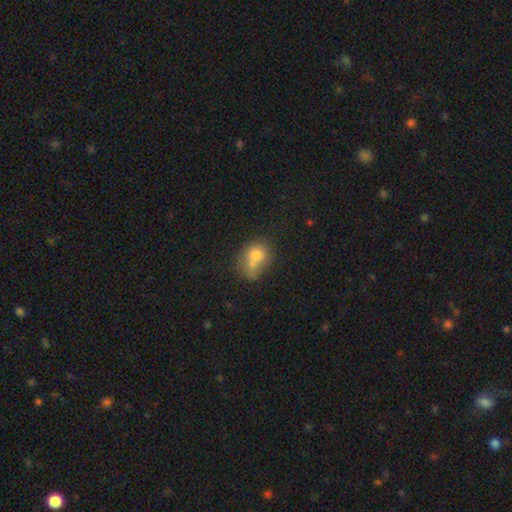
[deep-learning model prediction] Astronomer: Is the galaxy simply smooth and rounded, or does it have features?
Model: smooth — 70%.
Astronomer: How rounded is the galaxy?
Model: round — 54% (runner-up: in between, 45%).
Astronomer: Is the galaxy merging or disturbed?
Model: merger — 50% (runner-up: none, 29%).